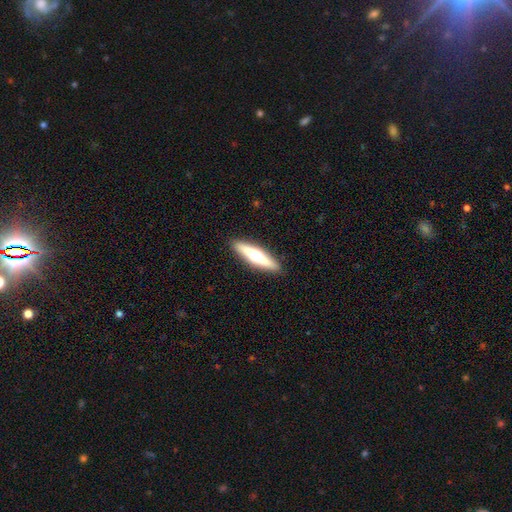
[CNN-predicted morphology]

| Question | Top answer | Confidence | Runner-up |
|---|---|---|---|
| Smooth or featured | featured or disk | 55% | smooth (40%) |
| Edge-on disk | yes | 95% | no (5%) |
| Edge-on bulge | rounded | 92% | boxy (4%) |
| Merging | none | 90% | minor disturbance (7%) |